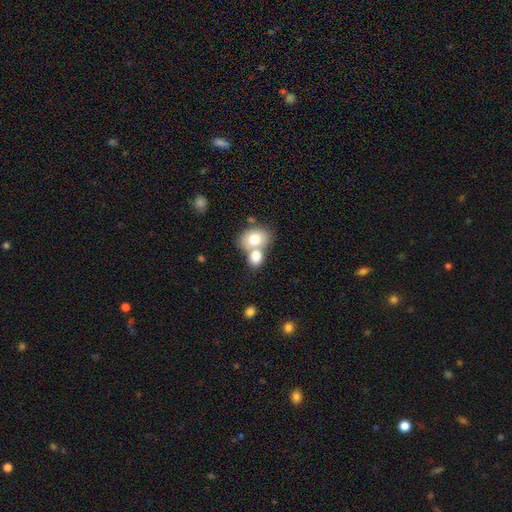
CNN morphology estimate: Q: Smooth or featured?
A: smooth (76%); runner-up: featured or disk (16%)
Q: How rounded?
A: in between (58%); runner-up: round (41%)
Q: Merging?
A: merger (61%); runner-up: none (28%)